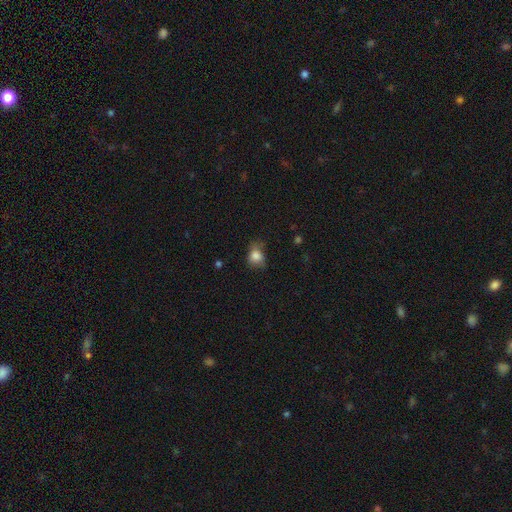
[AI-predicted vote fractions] This appears to be a smooth galaxy with no disk features (80%) that is in between round and cigar-shaped (52%). Merging: none (46%).